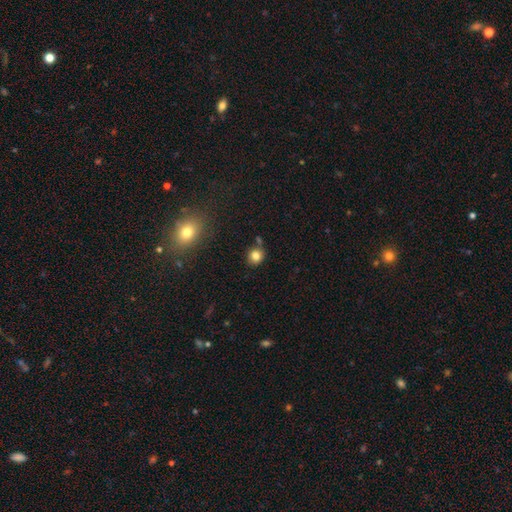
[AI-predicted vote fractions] This appears to be a smooth galaxy with no disk features (82%) that is round (83%). Merging: none (78%).